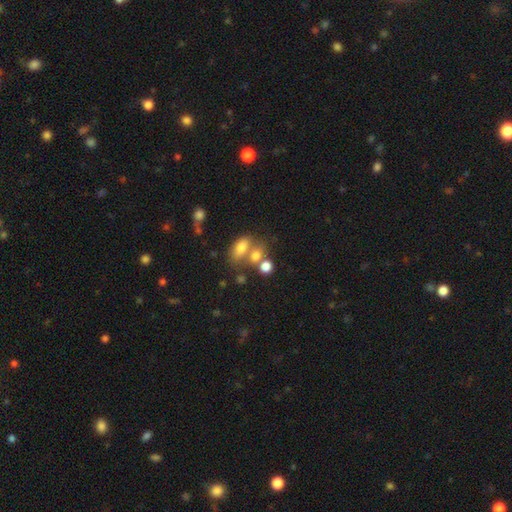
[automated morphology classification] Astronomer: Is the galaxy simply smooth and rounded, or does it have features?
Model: smooth — 73%.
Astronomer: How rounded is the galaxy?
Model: in between — 62%.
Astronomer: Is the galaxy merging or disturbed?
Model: merger — 42% (runner-up: none, 39%).